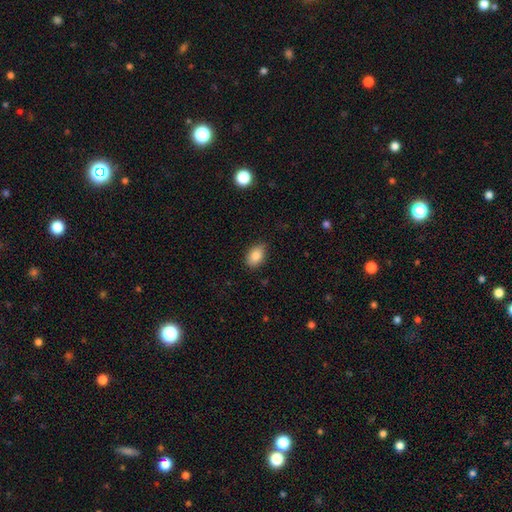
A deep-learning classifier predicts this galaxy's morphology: A smooth galaxy with no disk features (85%) that is in between round and cigar-shaped (87%). Merging: none (80%).